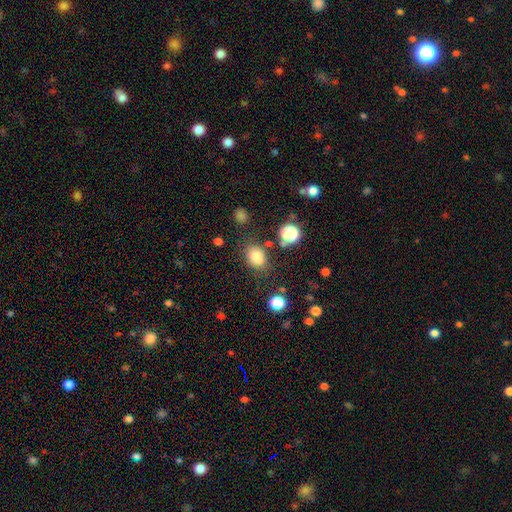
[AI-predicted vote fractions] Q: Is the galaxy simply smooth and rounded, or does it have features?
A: smooth — 79%.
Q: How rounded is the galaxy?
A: in between — 57%.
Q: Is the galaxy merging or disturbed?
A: none — 71%.